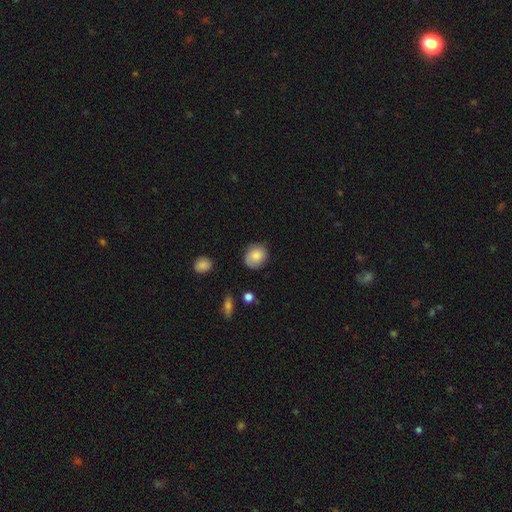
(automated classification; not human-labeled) This appears to be a smooth galaxy with no disk features (78%) that is round (59%). Merging: none (75%).